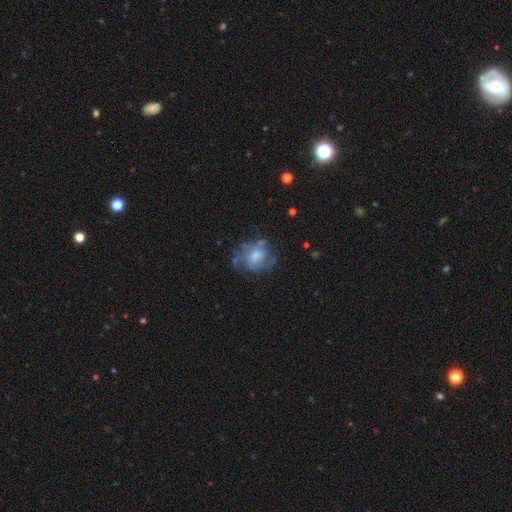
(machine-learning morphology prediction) Smooth or featured: featured or disk — 51% (smooth — 41%)
Edge-on disk: no — 97% (yes — 3%)
Merging: none — 50% (minor disturbance — 26%)